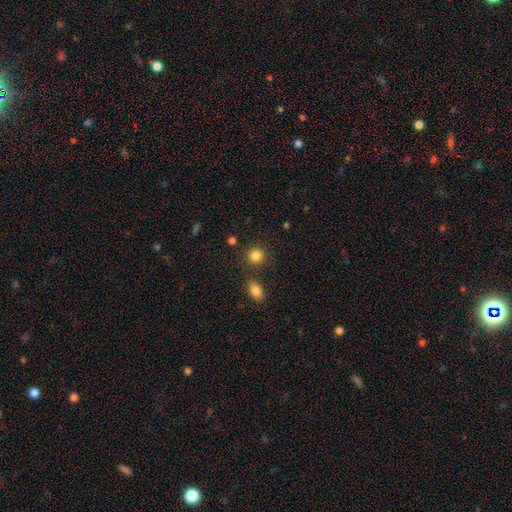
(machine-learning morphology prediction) A smooth galaxy with no disk features (85%) that is round (88%). Merging: none (82%).